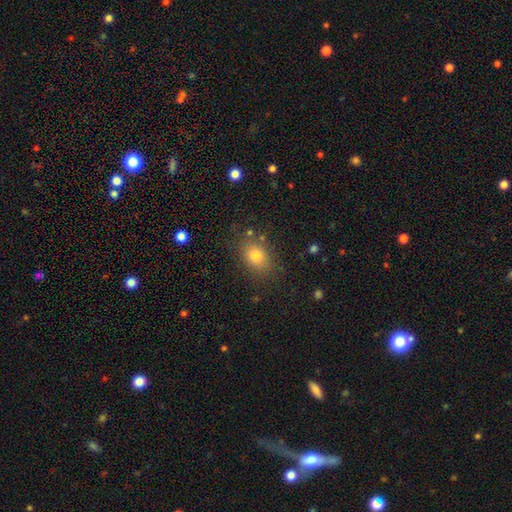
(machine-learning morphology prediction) Smooth or featured?
  - smooth: 78% *
  - star or artifact: 12%
  - featured or disk: 10%
How rounded?
  - in between: 67% *
  - round: 32%
  - cigar-shaped: 1%
Merging?
  - none: 80% *
  - minor disturbance: 13%
  - major disturbance: 4%
  - merger: 3%